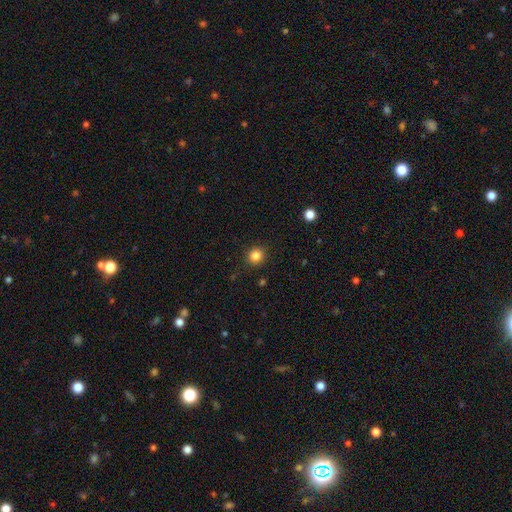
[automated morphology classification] smooth 84%, star or artifact 12%, featured or disk 4%. Down the decision tree: how rounded — round (88%); merging — none (90%).